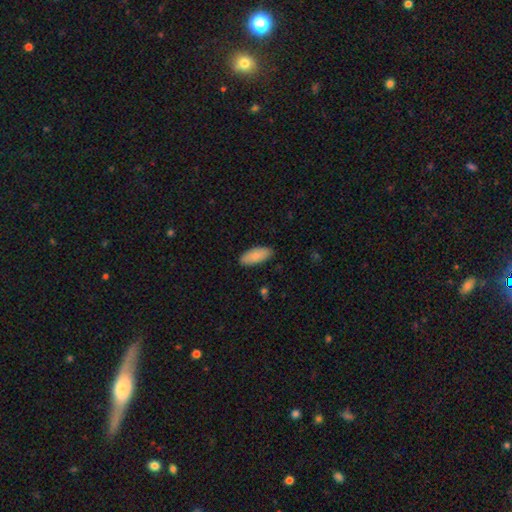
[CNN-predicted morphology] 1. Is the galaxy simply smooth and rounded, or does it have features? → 86% smooth, 9% featured or disk, 6% star or artifact.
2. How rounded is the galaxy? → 85% in between, 13% cigar-shaped, 2% round.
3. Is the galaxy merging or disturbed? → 87% none, 10% minor disturbance, 2% major disturbance, 1% merger.